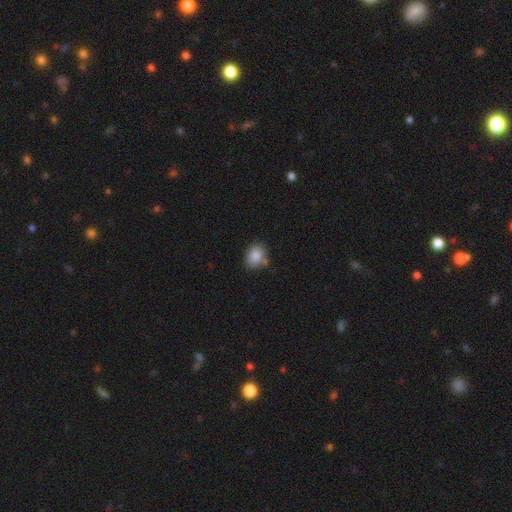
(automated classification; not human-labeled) The model was most divided on "how rounded": in between: 55%, round: 44%, cigar-shaped: 1%. More confident: smooth or featured — smooth (85%); merging — none (70%).